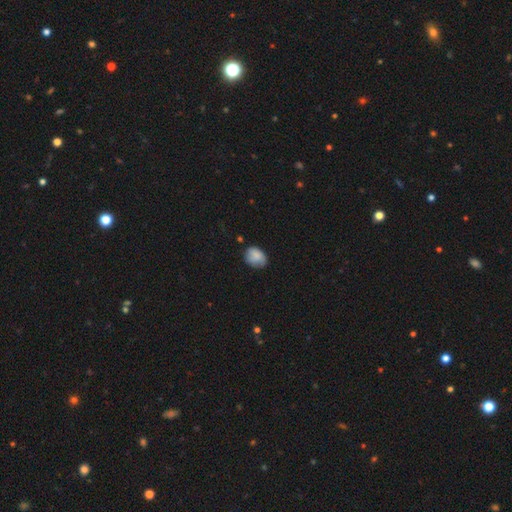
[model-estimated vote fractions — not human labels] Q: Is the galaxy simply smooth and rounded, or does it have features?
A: smooth — 81%.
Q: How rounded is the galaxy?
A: in between — 57%.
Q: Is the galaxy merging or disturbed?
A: none — 60%.